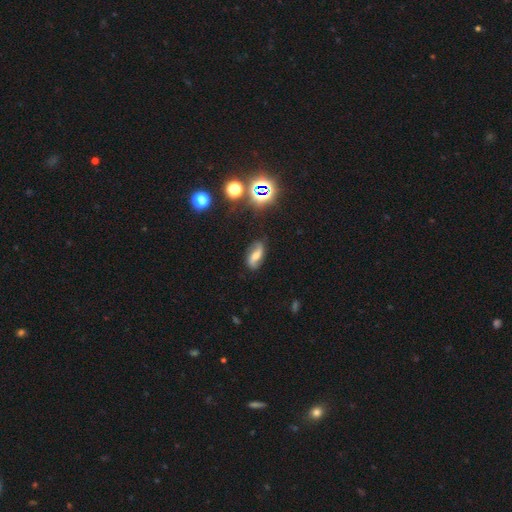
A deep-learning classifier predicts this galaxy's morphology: This appears to be a featured or disk galaxy (67%) with a weak bar (38%), 2 (91%) loose (62%) spiral arms (92%) and a moderate central bulge (52%). Merging: none (81%).